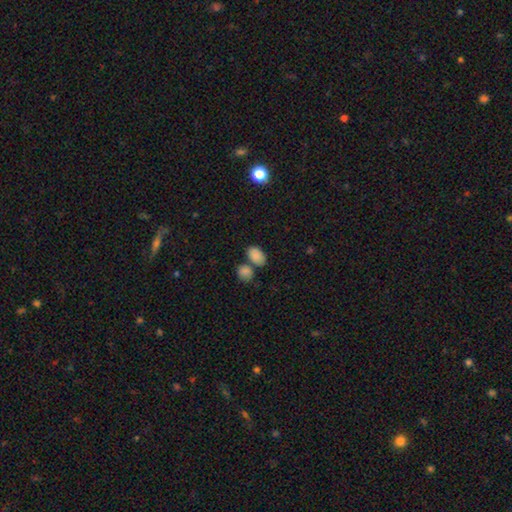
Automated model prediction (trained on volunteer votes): This appears to be a smooth galaxy with no disk features (86%) that is in between round and cigar-shaped (89%). Merging: none (53%).